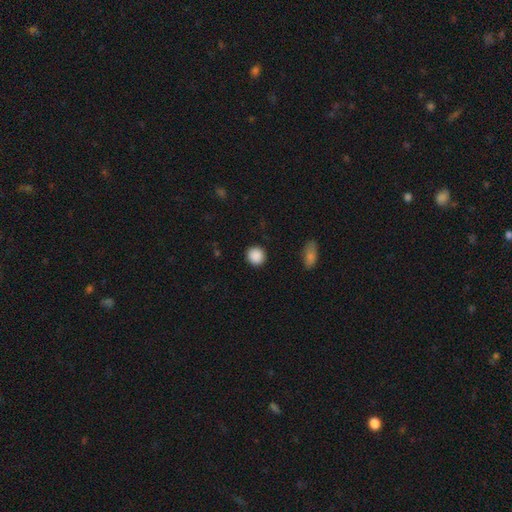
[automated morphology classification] smooth 89%, star or artifact 8%, featured or disk 3%. Down the decision tree: how rounded — round (91%); merging — none (91%).